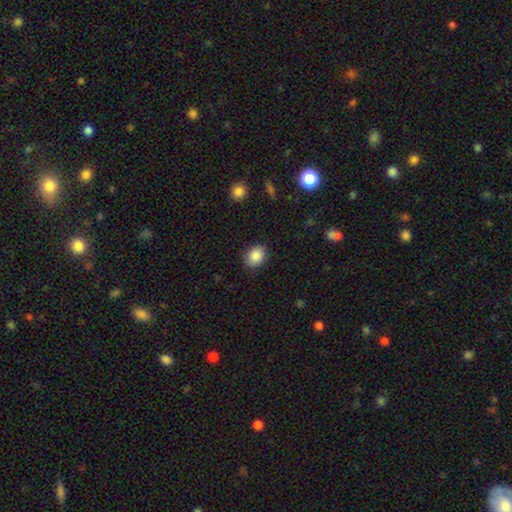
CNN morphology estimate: smooth 87%, star or artifact 8%, featured or disk 5%. Down the decision tree: how rounded — round (51%); merging — none (85%).